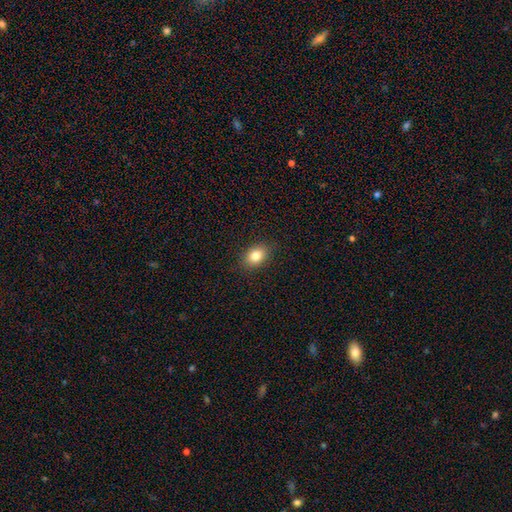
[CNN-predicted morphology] smooth_or_featured: smooth (p=0.83) [alt: star or artifact p=0.09]
how_rounded: in between (p=0.75) [alt: round p=0.24]
merging: none (p=0.88) [alt: minor disturbance p=0.09]